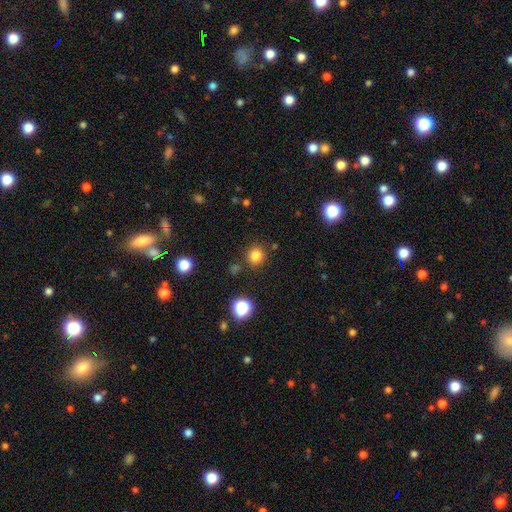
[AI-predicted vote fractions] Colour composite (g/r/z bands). It shows a smooth galaxy with no disk features (81%) that is round (92%). Merging: none (86%).